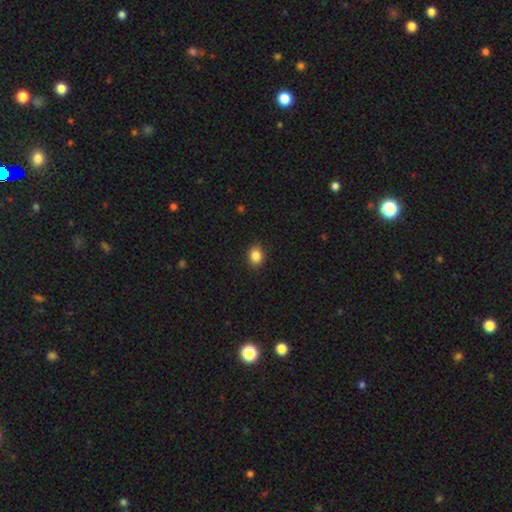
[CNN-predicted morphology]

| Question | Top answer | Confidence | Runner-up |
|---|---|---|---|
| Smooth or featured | smooth | 86% | star or artifact (10%) |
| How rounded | round | 53% | in between (46%) |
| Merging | none | 89% | minor disturbance (8%) |